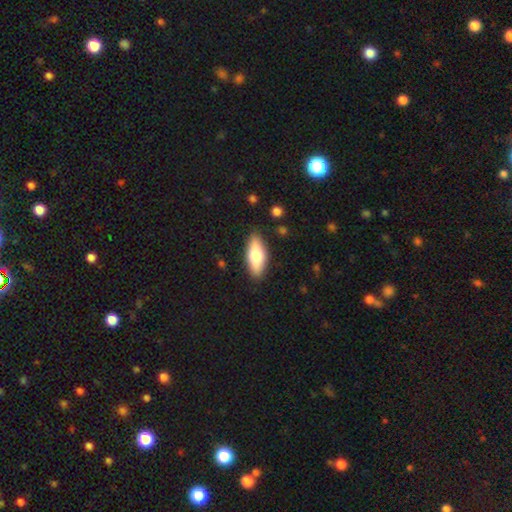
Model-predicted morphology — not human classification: This is likely a smooth galaxy (71%). How rounded: likely in between (74%). Merging: clearly none (87%).